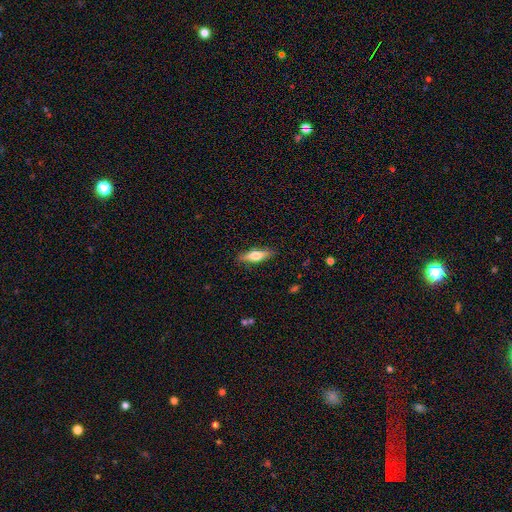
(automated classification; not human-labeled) Smooth or featured: smooth — 62% (featured or disk — 31%)
How rounded: cigar-shaped — 55% (in between — 43%)
Merging: none — 87% (minor disturbance — 10%)